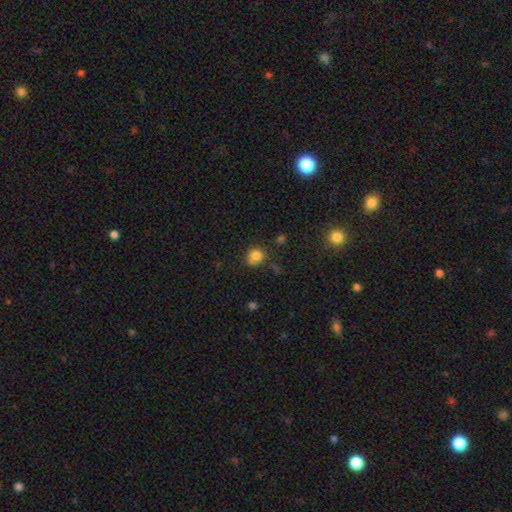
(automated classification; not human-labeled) smooth 80%, star or artifact 13%, featured or disk 7%. Down the decision tree: how rounded — round (79%); merging — none (60%).